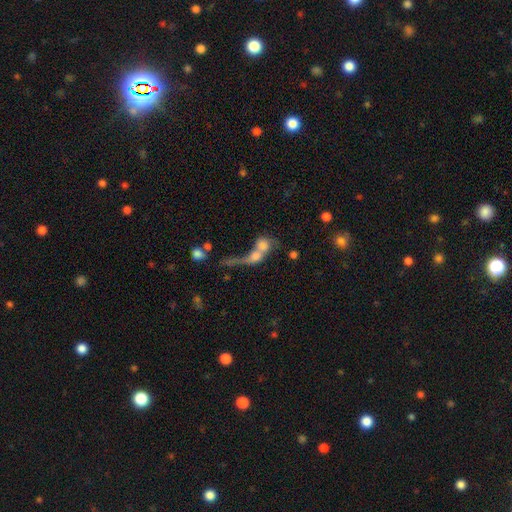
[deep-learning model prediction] Smooth or featured?
  - smooth: 59% *
  - featured or disk: 29%
  - star or artifact: 12%
How rounded?
  - round: 49% *
  - in between: 41%
  - cigar-shaped: 10%
Merging?
  - merger: 74% *
  - major disturbance: 12%
  - none: 10%
  - minor disturbance: 5%